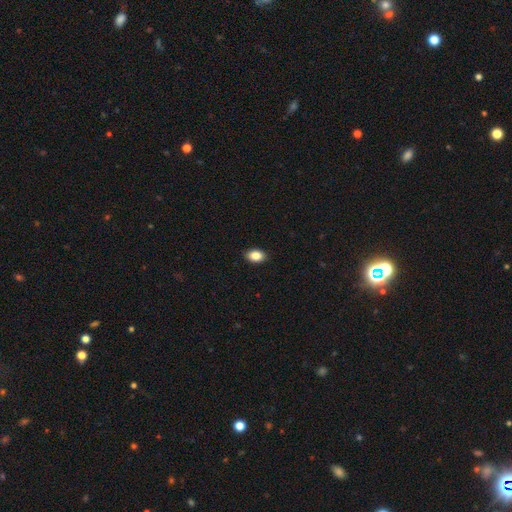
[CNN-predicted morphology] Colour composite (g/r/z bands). It shows a smooth galaxy with no disk features (86%) that is in between round and cigar-shaped (86%). Merging: none (89%).